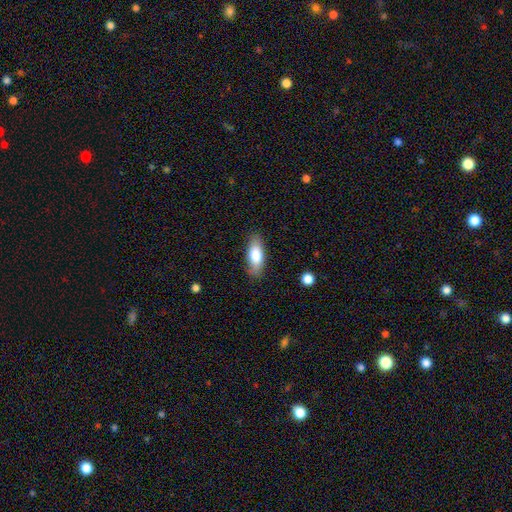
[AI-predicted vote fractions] Morphology: type=smooth (79%); roundness=in between (79%); merging=none (84%).